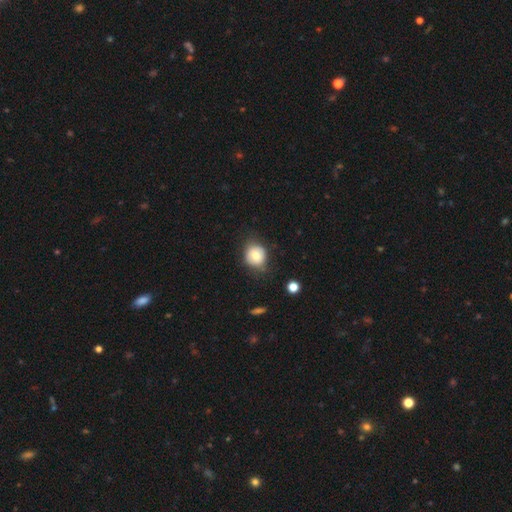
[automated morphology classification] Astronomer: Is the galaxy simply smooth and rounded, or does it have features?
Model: smooth — 72%.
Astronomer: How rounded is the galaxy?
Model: round — 80%.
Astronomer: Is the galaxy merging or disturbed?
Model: none — 69%.